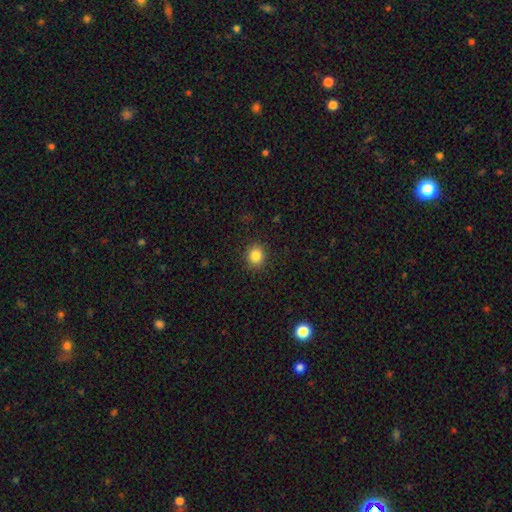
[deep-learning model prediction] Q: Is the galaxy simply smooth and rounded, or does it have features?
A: smooth — 84%.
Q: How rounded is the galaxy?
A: round — 83%.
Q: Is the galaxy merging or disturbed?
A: none — 90%.